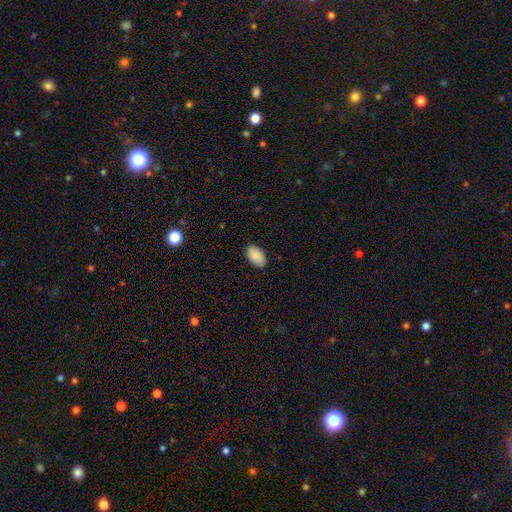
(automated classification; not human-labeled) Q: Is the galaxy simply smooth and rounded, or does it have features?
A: smooth — 88%.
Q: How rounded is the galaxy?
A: in between — 95%.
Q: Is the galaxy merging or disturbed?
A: none — 87%.